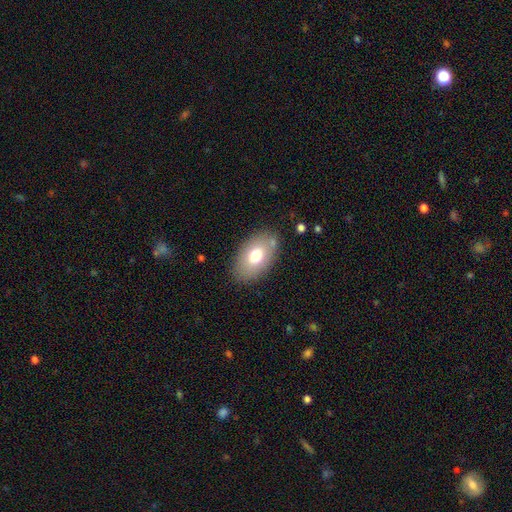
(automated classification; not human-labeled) Q: Smooth or featured?
A: smooth (71%); runner-up: featured or disk (21%)
Q: How rounded?
A: in between (91%); runner-up: round (8%)
Q: Merging?
A: none (82%); runner-up: minor disturbance (12%)